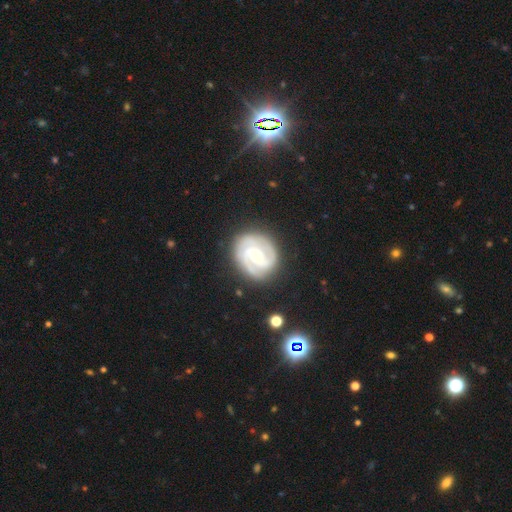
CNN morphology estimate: Smooth or featured: featured or disk — 87% (smooth — 8%)
Edge-on disk: no — 98% (yes — 2%)
Bar: weak — 46% (no — 37%)
Spiral arms: yes — 97% (no — 3%)
Spiral winding: tight — 60% (medium — 34%)
Spiral arm count: 2 — 55% (3 — 26%)
Bulge size: moderate — 49% (small — 46%)
Merging: none — 81% (minor disturbance — 13%)